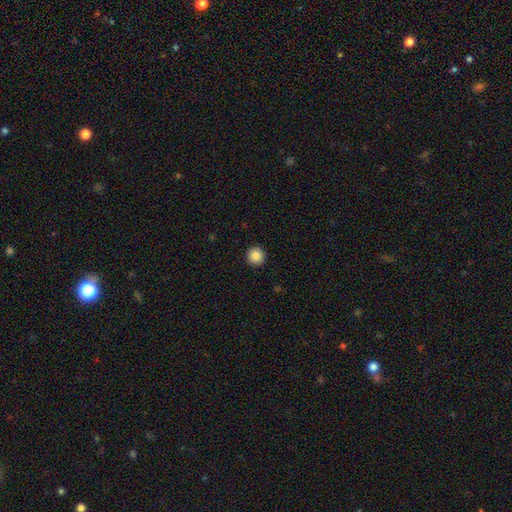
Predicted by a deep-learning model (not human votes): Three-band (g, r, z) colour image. It shows a smooth galaxy with no disk features (87%) that is round (96%). Merging: none (93%).